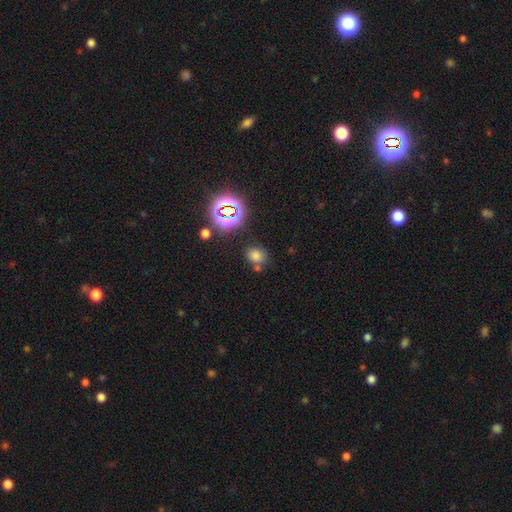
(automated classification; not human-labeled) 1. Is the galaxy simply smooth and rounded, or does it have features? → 66% smooth, 27% star or artifact, 7% featured or disk.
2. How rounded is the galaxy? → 71% round, 28% in between, 1% cigar-shaped.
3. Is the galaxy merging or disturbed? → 73% none, 12% minor disturbance, 11% merger, 4% major disturbance.